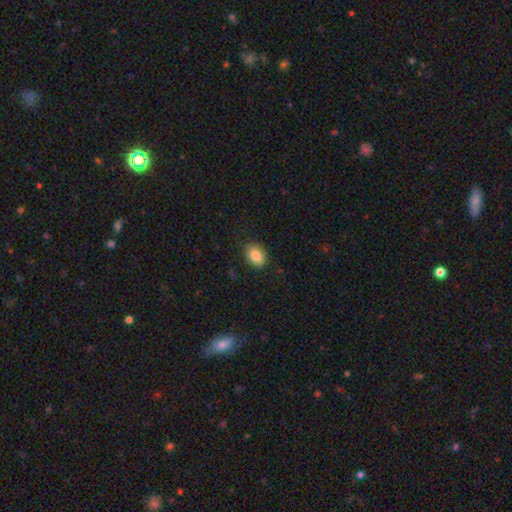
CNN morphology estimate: Overall: smooth (85%). How rounded: in between (79%). Merging: none (84%).